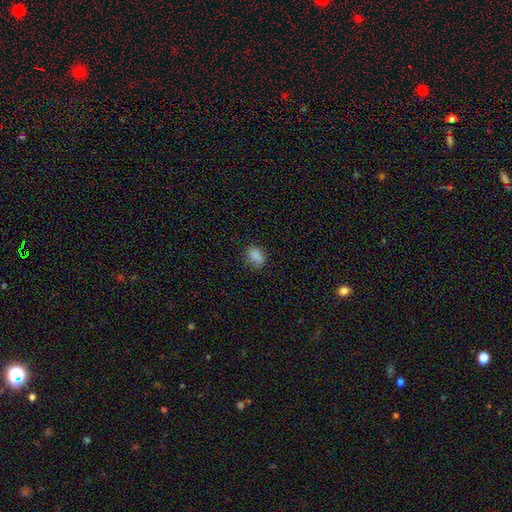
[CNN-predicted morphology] A smooth galaxy with no disk features (87%) that is in between round and cigar-shaped (77%).

Vote fractions:
- Smooth or featured? smooth: 87% / star or artifact: 10% / featured or disk: 3%
- How rounded? in between: 77% / round: 21% / cigar-shaped: 1%
- Merging? none: 83% / minor disturbance: 13% / major disturbance: 3% / merger: 1%